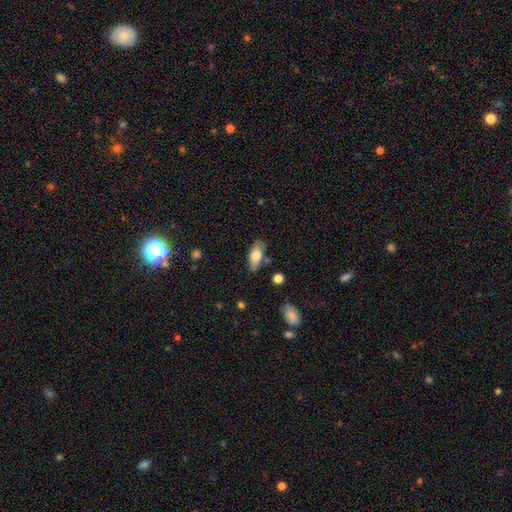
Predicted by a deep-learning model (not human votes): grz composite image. It shows a smooth galaxy with no disk features (73%) that is in between round and cigar-shaped (85%). Merging: none (71%).